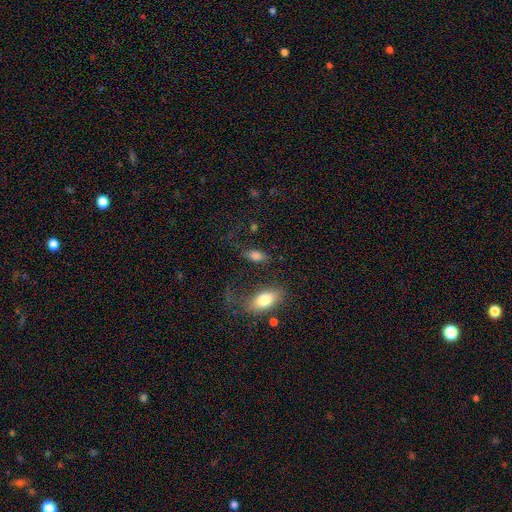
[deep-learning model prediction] Smooth or featured? smooth (76%)
How rounded? in between (85%)
Merging? none (61%)